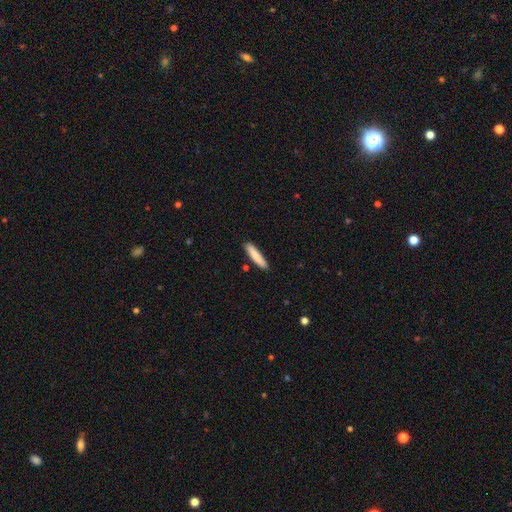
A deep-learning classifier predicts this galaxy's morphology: smooth 85%, featured or disk 10%, star or artifact 6%. Down the decision tree: how rounded — cigar-shaped (86%); merging — none (87%).